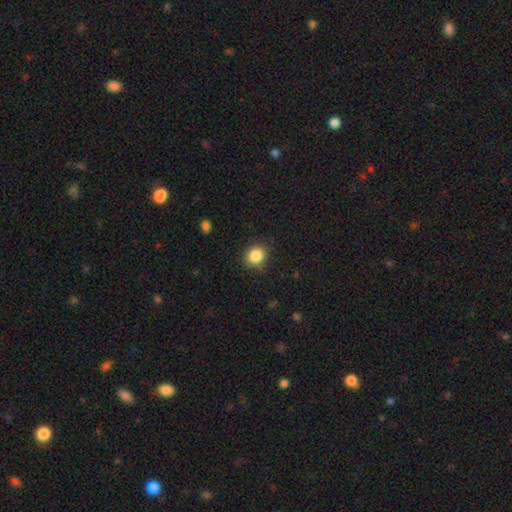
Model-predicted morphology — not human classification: Smooth or featured? smooth (86%)
How rounded? round (68%)
Merging? none (84%)